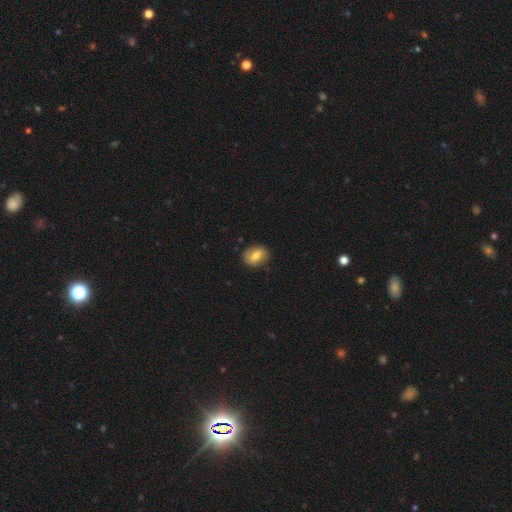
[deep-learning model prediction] This is likely a smooth galaxy (72%). How rounded: likely in between (61%). Merging: clearly none (84%).